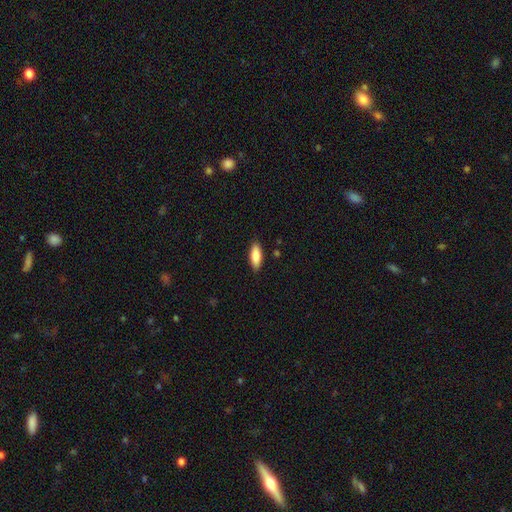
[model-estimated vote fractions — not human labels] Morphology: type=smooth (85%); roundness=in between (70%); merging=none (87%).